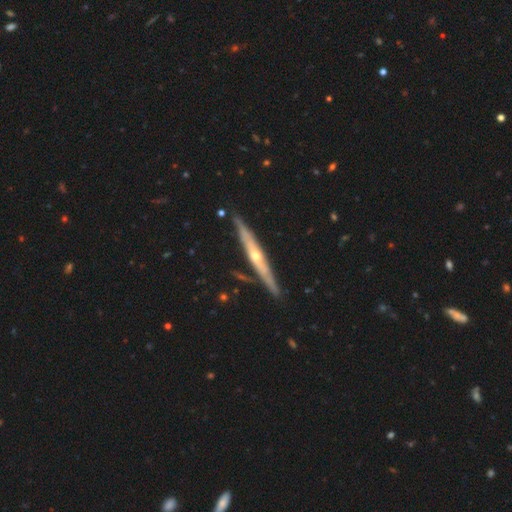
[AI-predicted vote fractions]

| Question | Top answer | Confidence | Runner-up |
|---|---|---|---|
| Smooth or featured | featured or disk | 77% | smooth (17%) |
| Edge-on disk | yes | 95% | no (5%) |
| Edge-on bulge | rounded | 75% | none (21%) |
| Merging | none | 86% | minor disturbance (10%) |